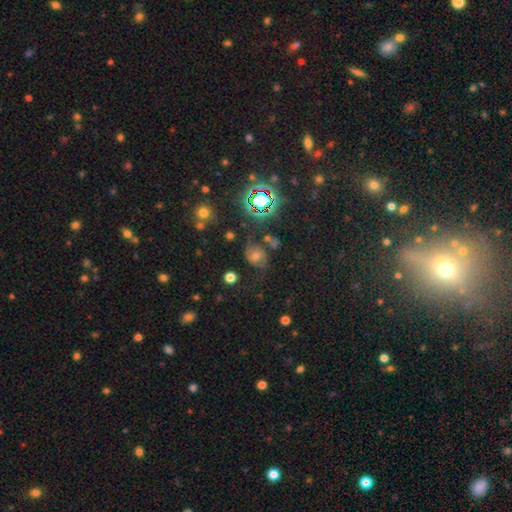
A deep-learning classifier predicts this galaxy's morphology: smooth-or-featured: featured or disk: 46% | star or artifact: 28% | smooth: 27%
  merging: none: 57% | minor disturbance: 21% | major disturbance: 16% | merger: 5%